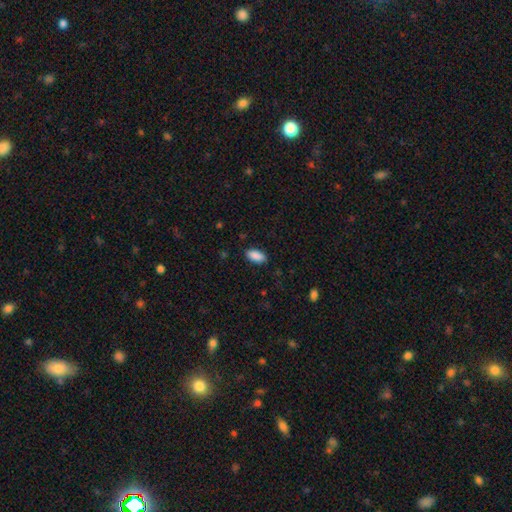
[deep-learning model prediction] smooth-or-featured: smooth: 89% | star or artifact: 7% | featured or disk: 4%
  how-rounded: in between: 91% | cigar-shaped: 7% | round: 2%
  merging: none: 87% | minor disturbance: 10% | major disturbance: 2% | merger: 1%